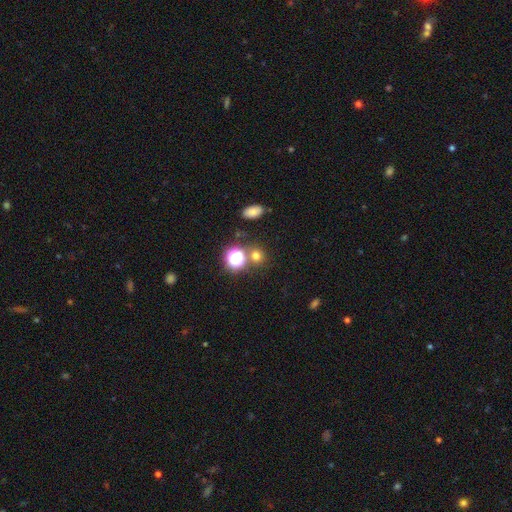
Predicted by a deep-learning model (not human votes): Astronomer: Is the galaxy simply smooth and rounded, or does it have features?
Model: smooth — 67%.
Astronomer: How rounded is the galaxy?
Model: round — 83%.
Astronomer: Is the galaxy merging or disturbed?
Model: none — 75%.